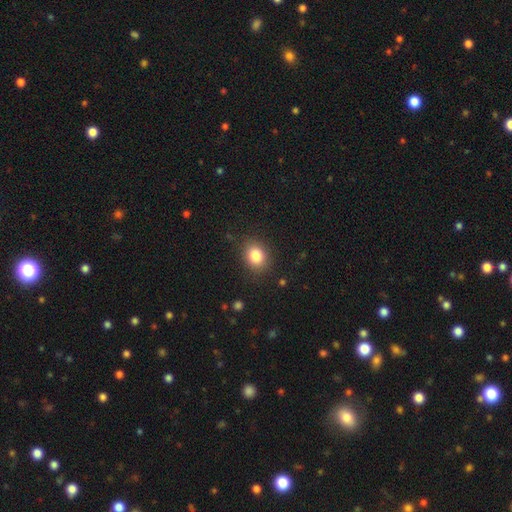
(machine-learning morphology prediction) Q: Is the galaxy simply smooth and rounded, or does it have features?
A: smooth — 83%.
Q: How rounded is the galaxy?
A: round — 56%.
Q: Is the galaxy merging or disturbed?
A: none — 86%.